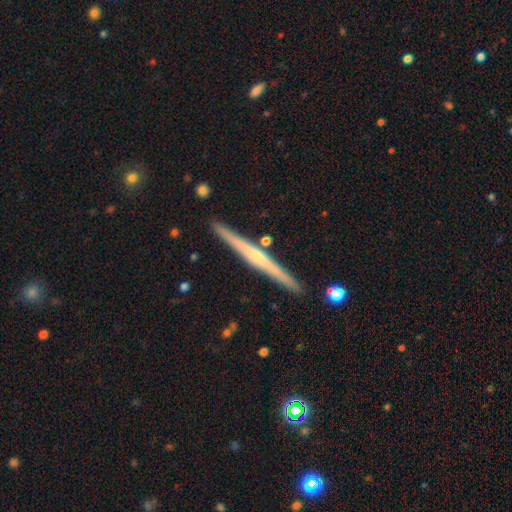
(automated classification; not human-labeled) Smooth or featured?
  - featured or disk: 66% *
  - smooth: 29%
  - star or artifact: 5%
Edge-on disk?
  - yes: 98% *
  - no: 2%
Edge-on bulge?
  - none: 53% *
  - rounded: 37%
  - boxy: 10%
Merging?
  - none: 89% *
  - minor disturbance: 7%
  - merger: 2%
  - major disturbance: 1%